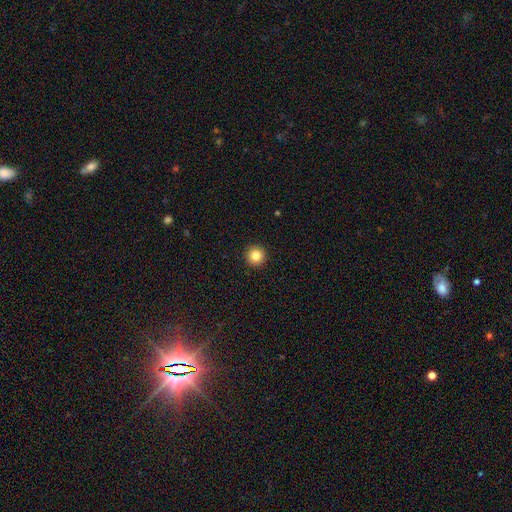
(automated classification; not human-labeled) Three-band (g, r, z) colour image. It shows a smooth galaxy with no disk features (84%) that is round (96%). Merging: none (94%).